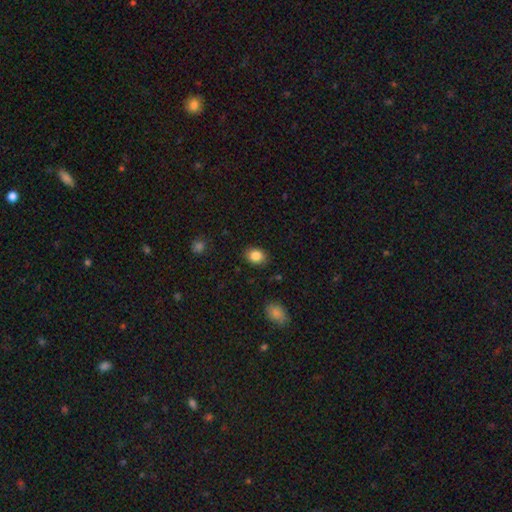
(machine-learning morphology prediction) A smooth galaxy with no disk features (86%) that is in between round and cigar-shaped (58%).

Vote fractions:
- Smooth or featured? smooth: 86% / star or artifact: 9% / featured or disk: 6%
- How rounded? in between: 58% / round: 41% / cigar-shaped: 1%
- Merging? none: 86% / minor disturbance: 10% / major disturbance: 3% / merger: 1%